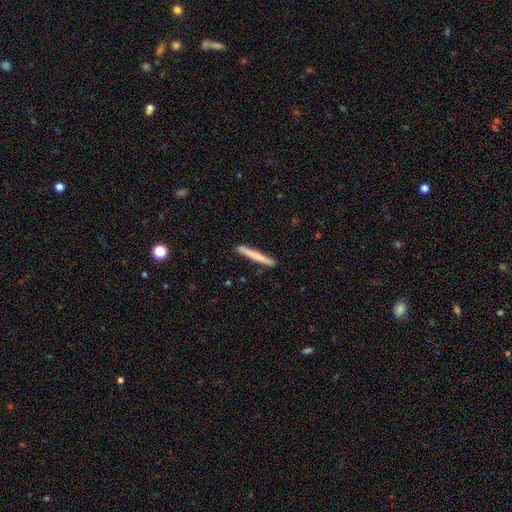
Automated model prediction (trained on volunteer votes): Morphology: type=smooth (70%); roundness=cigar-shaped (97%); merging=none (91%).